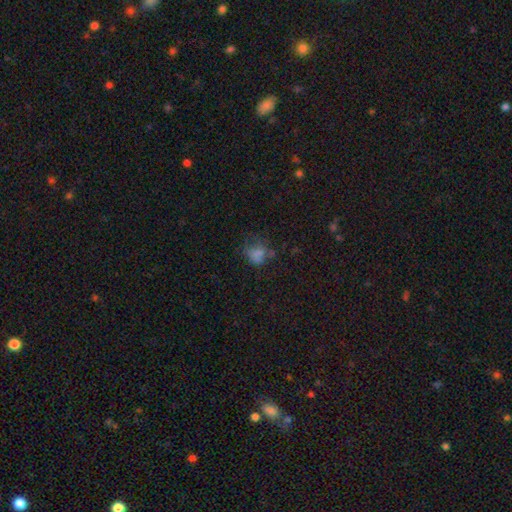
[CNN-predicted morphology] This appears to be a smooth galaxy with no disk features (65%) that is round (57%). Merging: none (49%).